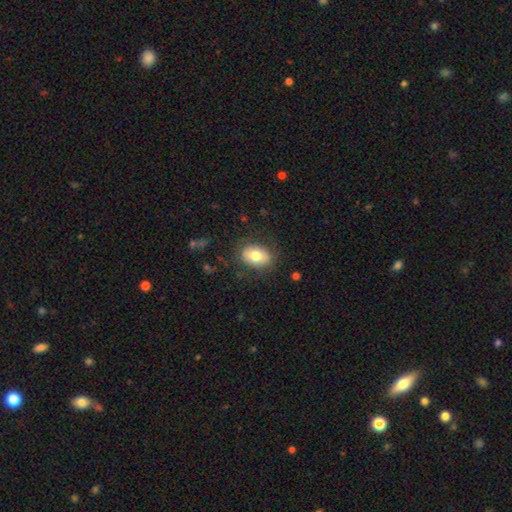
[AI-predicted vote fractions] smooth_or_featured: smooth (p=0.77) [alt: featured or disk p=0.16]
how_rounded: in between (p=0.82) [alt: round p=0.17]
merging: none (p=0.81) [alt: minor disturbance p=0.13]